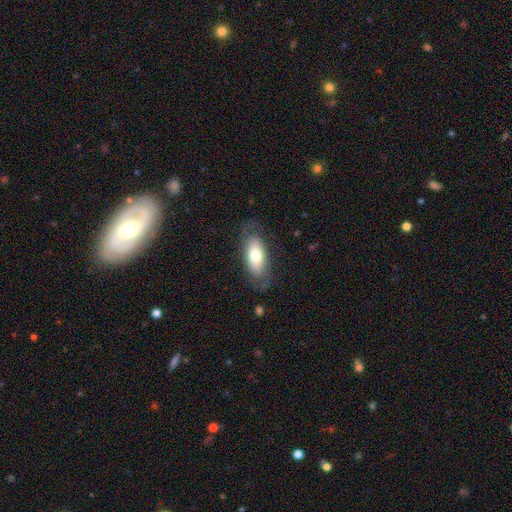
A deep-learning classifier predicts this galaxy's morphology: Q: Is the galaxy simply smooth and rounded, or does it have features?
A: smooth — 68%.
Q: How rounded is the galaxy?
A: in between — 86%.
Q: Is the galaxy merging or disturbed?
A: none — 72%.